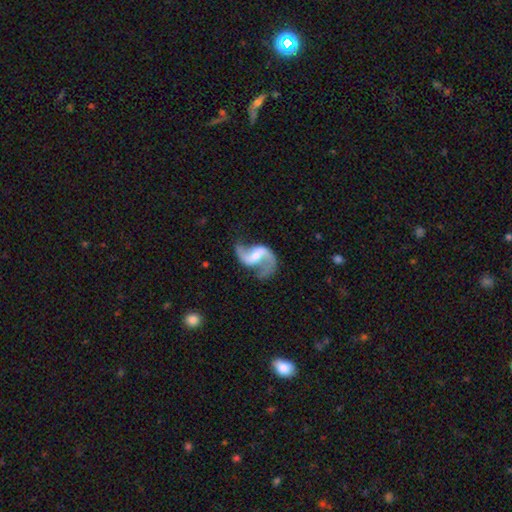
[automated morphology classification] A featured or disk galaxy (91%) with a weak bar (46%), 2 (93%) loose (69%) spiral arms (97%) and a moderate central bulge (46%).

Vote fractions:
- Smooth or featured? featured or disk: 91% / smooth: 5% / star or artifact: 4%
- Edge-on disk? no: 98% / yes: 2%
- Bar? weak: 46% / strong: 30% / no: 23%
- Spiral arms? yes: 97% / no: 3%
- Spiral winding? loose: 69% / medium: 26% / tight: 5%
- Spiral arm count? 2: 93% / 1: 3% / can't tell: 1% / 3: 1% / 4: 1% / more than 4: 1%
- Bulge size? moderate: 46% / small: 43% / none: 6% / large: 4% / dominant: 1%
- Merging? none: 73% / minor disturbance: 15% / major disturbance: 10% / merger: 2%